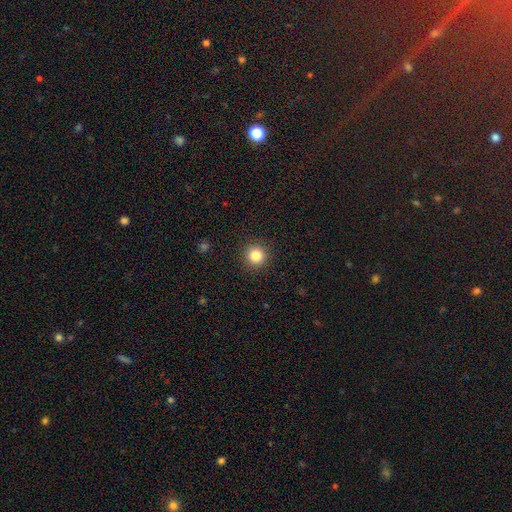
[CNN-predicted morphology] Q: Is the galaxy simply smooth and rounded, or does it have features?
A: smooth — 83%.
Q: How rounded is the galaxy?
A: round — 94%.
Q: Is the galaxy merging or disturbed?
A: none — 91%.